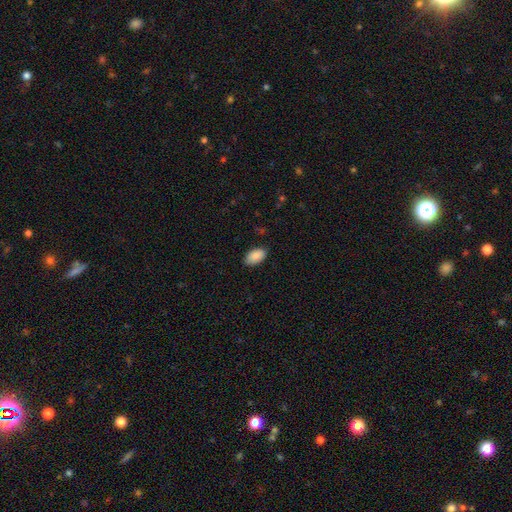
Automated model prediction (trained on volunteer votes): The model was most divided on "merging": none: 85%, minor disturbance: 12%, major disturbance: 2%, merger: 1%. More confident: how rounded — in between (95%); smooth or featured — smooth (89%).